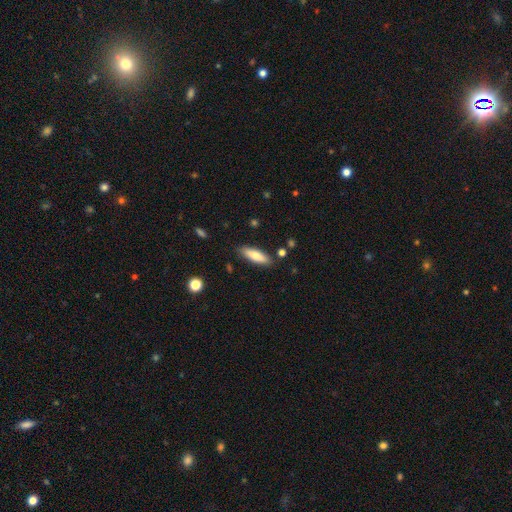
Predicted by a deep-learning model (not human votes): Smooth or featured?
  - smooth: 75% *
  - featured or disk: 19%
  - star or artifact: 6%
How rounded?
  - cigar-shaped: 50% *
  - in between: 48%
  - round: 2%
Merging?
  - none: 84% *
  - minor disturbance: 11%
  - merger: 2%
  - major disturbance: 2%